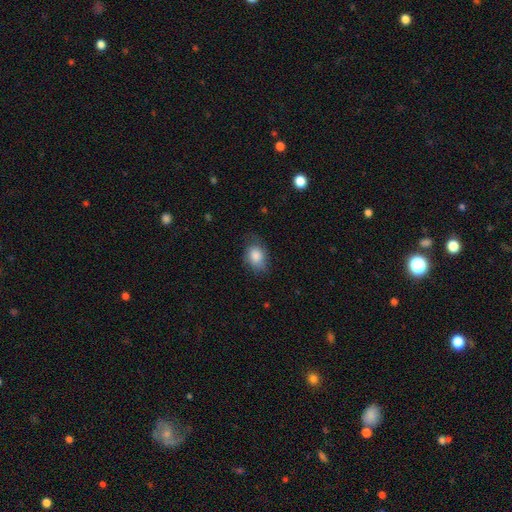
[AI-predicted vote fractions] A smooth galaxy with no disk features (82%) that is in between round and cigar-shaped (74%).

Vote fractions:
- Smooth or featured? smooth: 82% / featured or disk: 11% / star or artifact: 7%
- How rounded? in between: 74% / round: 25% / cigar-shaped: 1%
- Merging? none: 63% / minor disturbance: 28% / major disturbance: 9% / merger: 1%